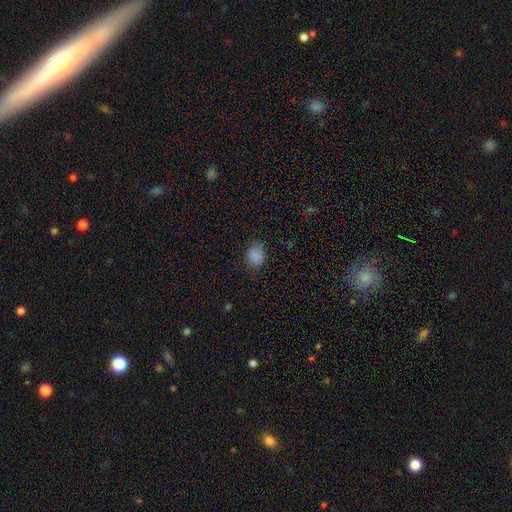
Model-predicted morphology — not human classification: Q: Smooth or featured?
A: smooth (84%); runner-up: star or artifact (11%)
Q: How rounded?
A: in between (59%); runner-up: round (40%)
Q: Merging?
A: none (76%); runner-up: minor disturbance (18%)